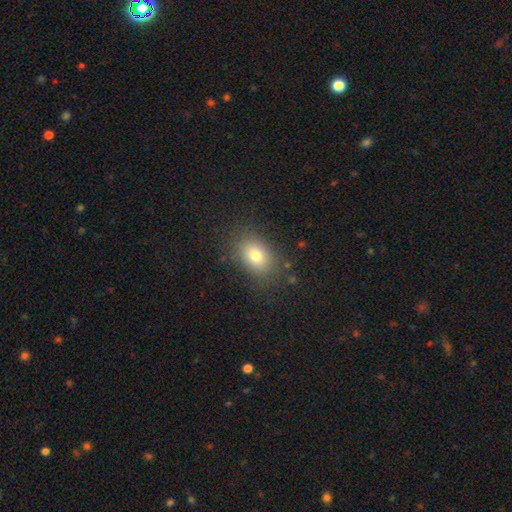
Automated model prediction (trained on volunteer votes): Morphology: type=smooth (78%); roundness=in between (73%); merging=none (82%).